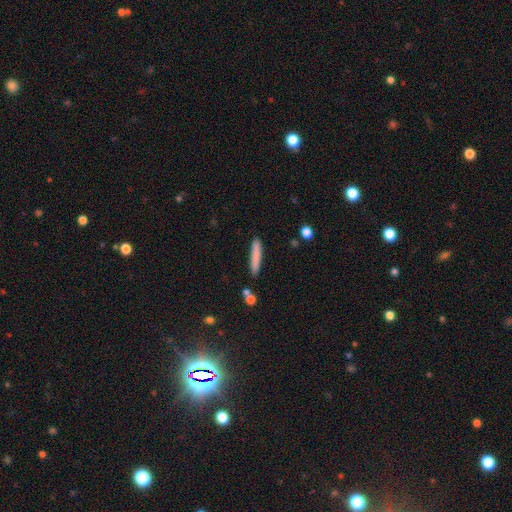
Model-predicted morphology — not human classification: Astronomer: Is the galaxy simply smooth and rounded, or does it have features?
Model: smooth — 79%.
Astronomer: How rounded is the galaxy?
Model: cigar-shaped — 93%.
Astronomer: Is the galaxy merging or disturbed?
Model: none — 86%.